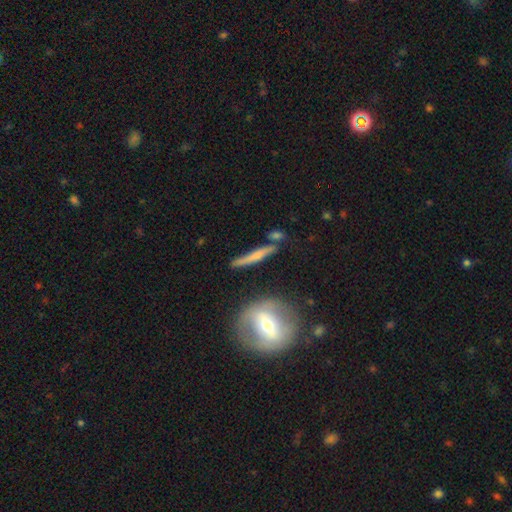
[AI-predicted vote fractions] Morphology: type=featured or disk (48%); merging=none (76%).